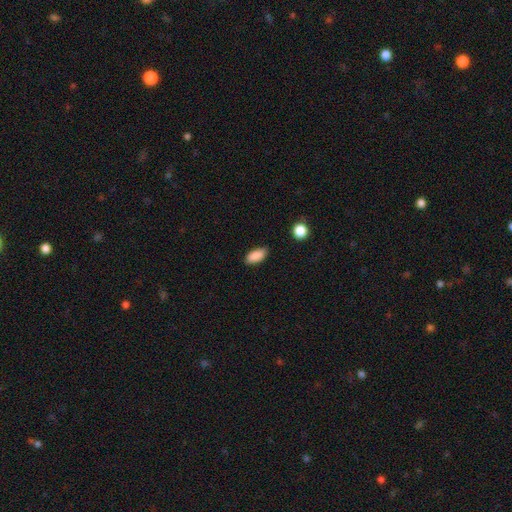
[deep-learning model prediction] This is clearly a smooth galaxy (88%). How rounded: clearly in between (89%). Merging: clearly none (82%).